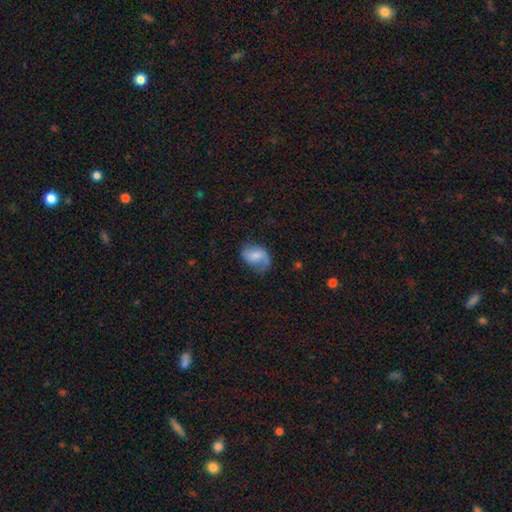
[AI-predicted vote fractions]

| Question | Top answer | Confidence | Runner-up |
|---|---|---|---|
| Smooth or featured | smooth | 50% | featured or disk (42%) |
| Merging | none | 48% | minor disturbance (31%) |